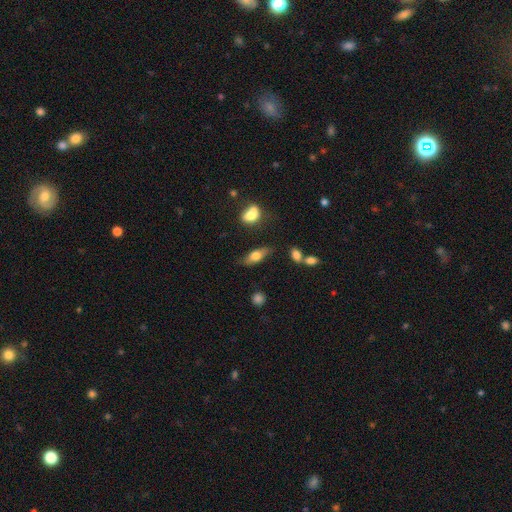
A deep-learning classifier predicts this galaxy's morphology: This is likely a smooth galaxy (63%). How rounded: likely in between (68%). Merging: likely none (72%).